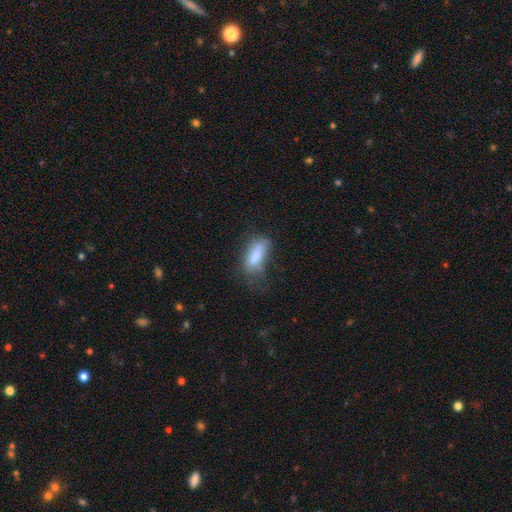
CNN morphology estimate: Smooth or featured? Predicted: smooth (p=0.77). How rounded? Predicted: in between (p=0.73). Merging? Predicted: none (p=0.41).